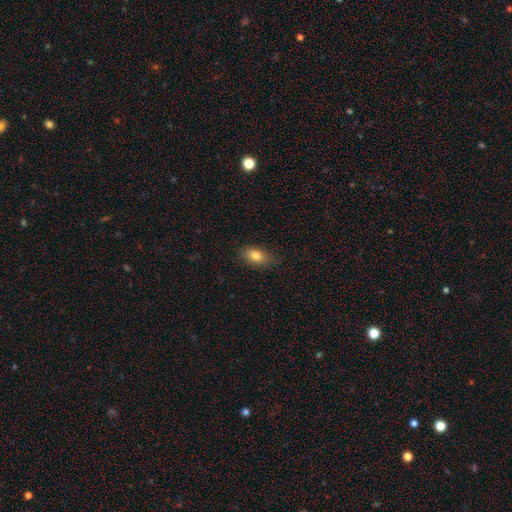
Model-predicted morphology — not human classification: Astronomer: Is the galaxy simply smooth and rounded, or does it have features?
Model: smooth — 81%.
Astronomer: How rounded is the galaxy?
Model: in between — 85%.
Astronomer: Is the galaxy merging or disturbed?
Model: none — 80%.